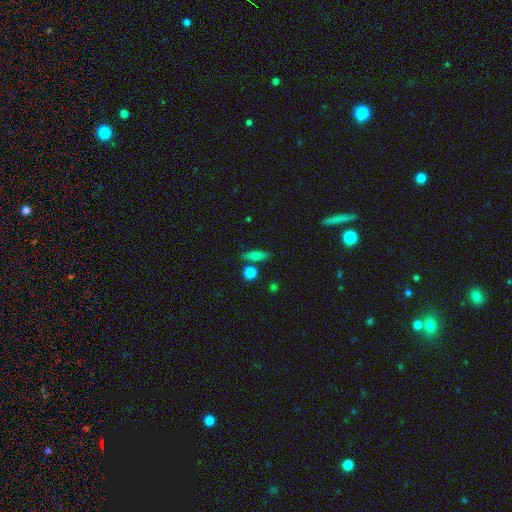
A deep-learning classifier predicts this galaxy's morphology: Q: Smooth or featured?
A: smooth (63%); runner-up: featured or disk (27%)
Q: How rounded?
A: cigar-shaped (46%); runner-up: in between (44%)
Q: Merging?
A: none (76%); runner-up: minor disturbance (12%)